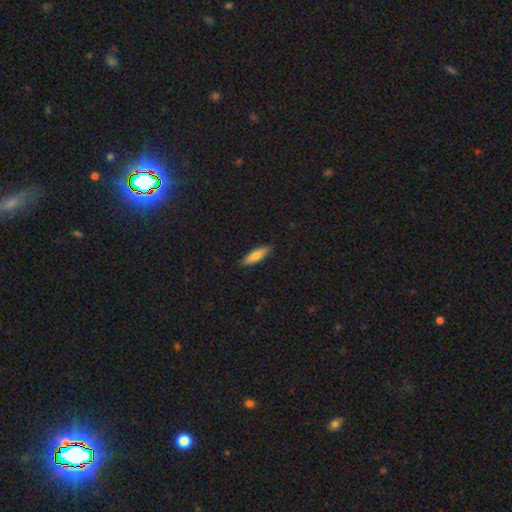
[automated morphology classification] Smooth or featured: smooth — 78% (featured or disk — 16%)
How rounded: cigar-shaped — 53% (in between — 45%)
Merging: none — 87% (minor disturbance — 11%)